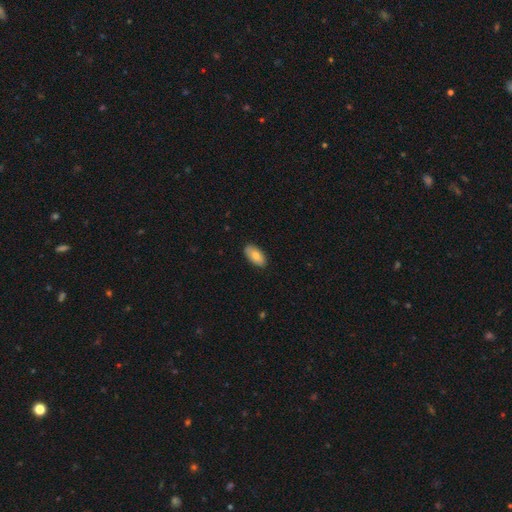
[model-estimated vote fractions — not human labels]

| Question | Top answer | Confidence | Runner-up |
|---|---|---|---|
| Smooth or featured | smooth | 80% | featured or disk (14%) |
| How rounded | in between | 93% | cigar-shaped (5%) |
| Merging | none | 87% | minor disturbance (10%) |